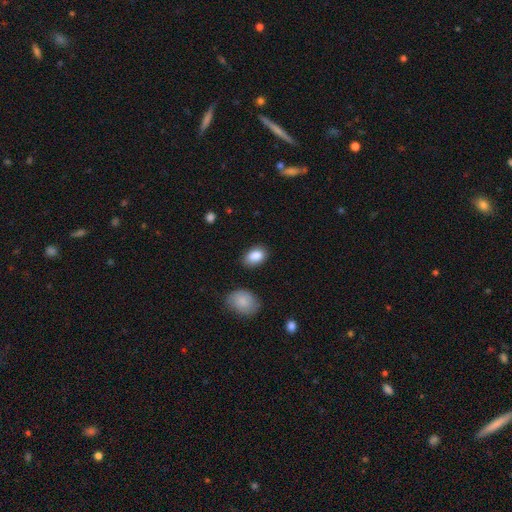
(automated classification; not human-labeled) Smooth or featured: smooth — 87% (star or artifact — 7%)
How rounded: in between — 87% (round — 12%)
Merging: none — 82% (minor disturbance — 13%)